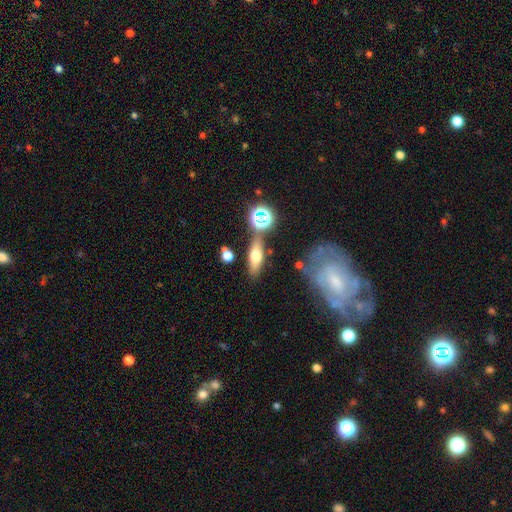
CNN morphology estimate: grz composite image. It shows a smooth galaxy with no disk features (57%) that is in between round and cigar-shaped (56%). Merging: none (71%).